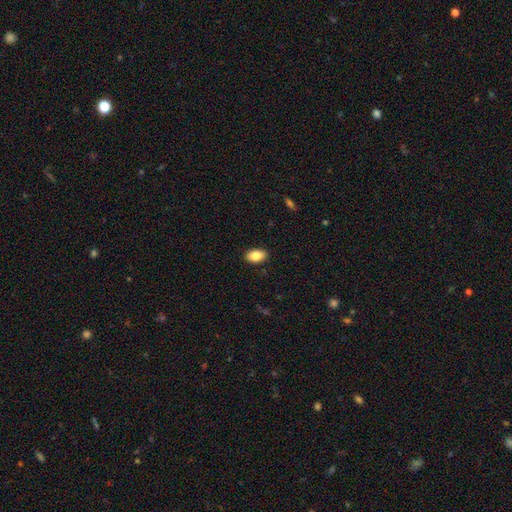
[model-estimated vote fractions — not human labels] Q: Smooth or featured?
A: smooth (85%); runner-up: featured or disk (8%)
Q: How rounded?
A: in between (92%); runner-up: round (6%)
Q: Merging?
A: none (90%); runner-up: minor disturbance (8%)